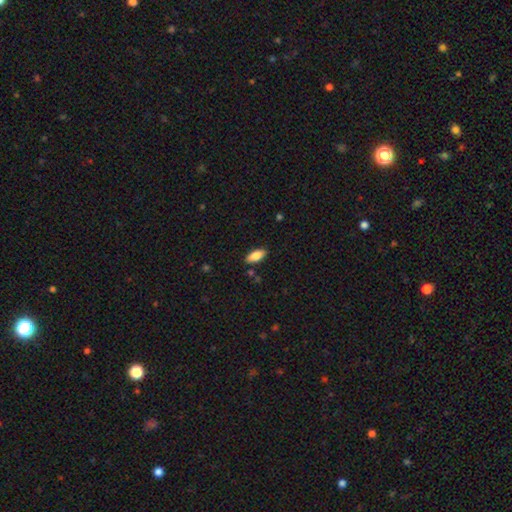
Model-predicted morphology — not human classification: This is clearly a smooth galaxy (82%). How rounded: clearly in between (86%). Merging: clearly none (87%).